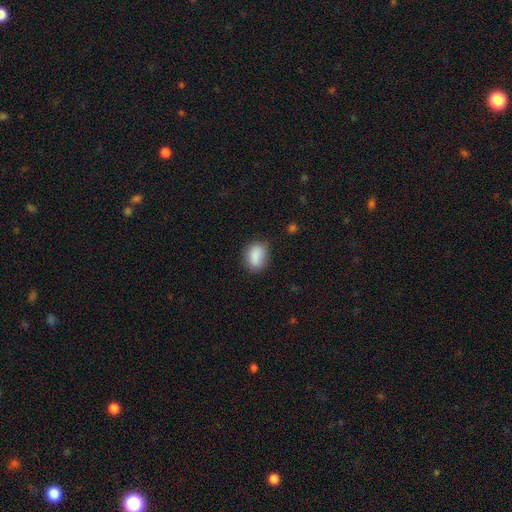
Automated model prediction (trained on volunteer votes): smooth-or-featured: smooth: 87% | star or artifact: 8% | featured or disk: 6%
  how-rounded: in between: 75% | round: 22% | cigar-shaped: 2%
  merging: none: 73% | minor disturbance: 20% | major disturbance: 4% | merger: 2%